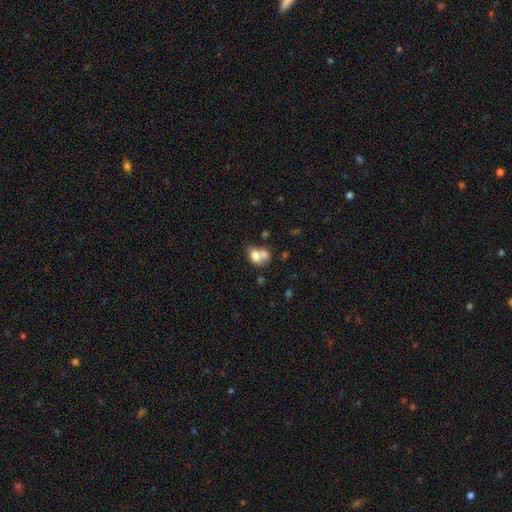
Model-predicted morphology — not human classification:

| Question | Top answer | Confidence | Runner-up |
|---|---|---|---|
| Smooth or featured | smooth | 71% | featured or disk (20%) |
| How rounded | in between | 62% | round (37%) |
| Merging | merger | 64% | none (22%) |